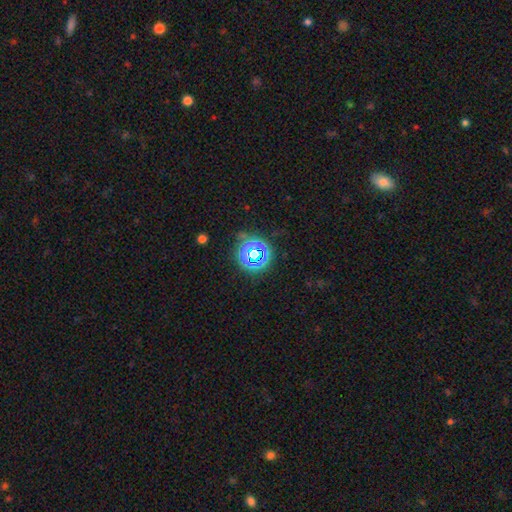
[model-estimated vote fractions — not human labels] smooth-or-featured: star or artifact: 60% | smooth: 29% | featured or disk: 10%